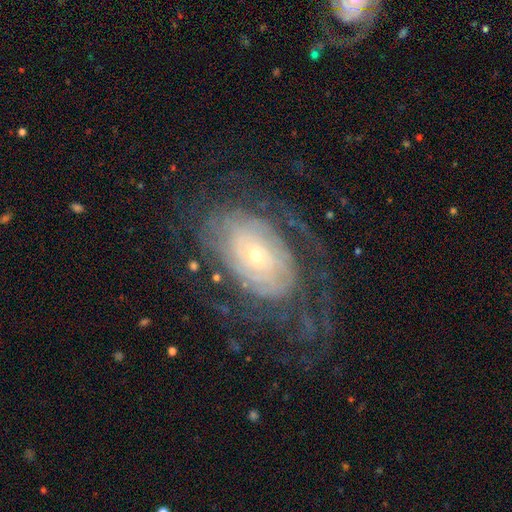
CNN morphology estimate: Overall: featured or disk (80%). Edge-on disk: no (95%). Bar: no (75%). Spiral arms: yes (88%). Spiral arm count: can't tell (52%; 2 17%). Spiral winding: tight (69%). Bulge size: small (72%). Merging: none (64%).